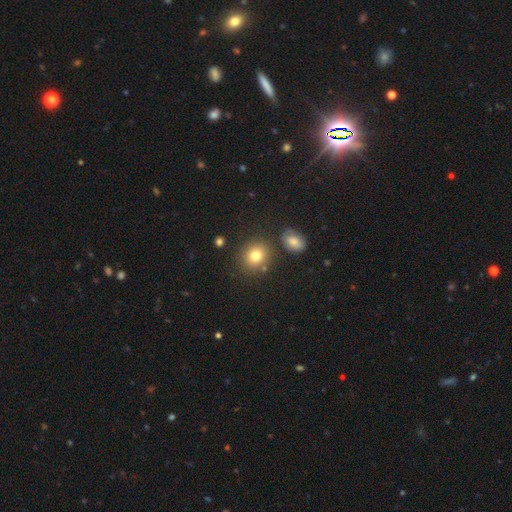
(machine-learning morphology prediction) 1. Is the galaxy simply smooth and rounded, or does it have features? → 79% smooth, 12% star or artifact, 9% featured or disk.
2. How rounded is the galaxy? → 75% round, 24% in between, 1% cigar-shaped.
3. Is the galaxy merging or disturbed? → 79% none, 10% minor disturbance, 8% merger, 3% major disturbance.